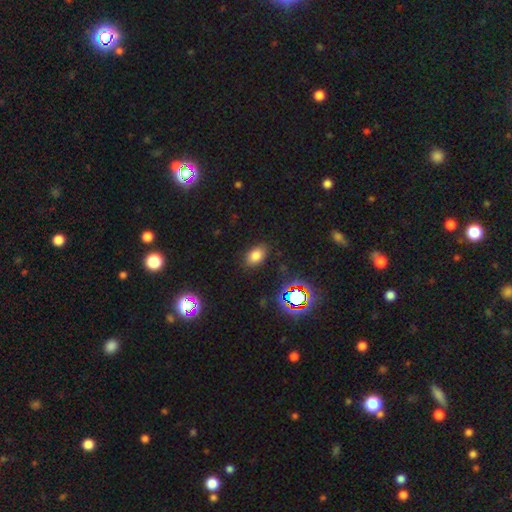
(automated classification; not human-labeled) Q: Smooth or featured?
A: smooth (76%); runner-up: star or artifact (17%)
Q: How rounded?
A: in between (83%); runner-up: round (15%)
Q: Merging?
A: none (84%); runner-up: minor disturbance (11%)